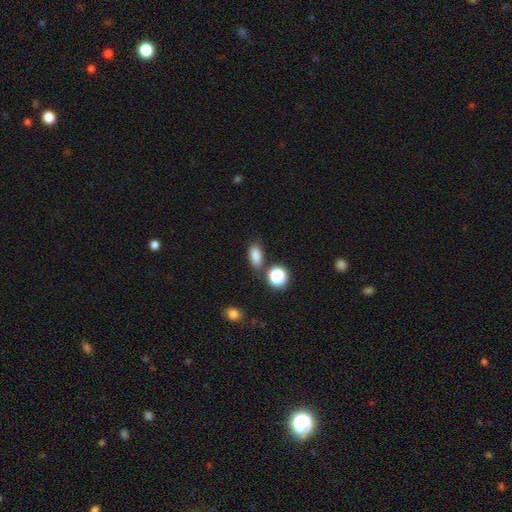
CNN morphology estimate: Smooth or featured? Predicted: smooth (p=0.82). How rounded? Predicted: in between (p=0.83). Merging? Predicted: none (p=0.76).